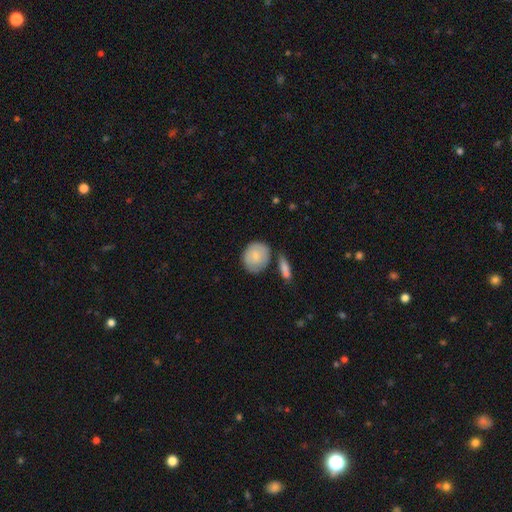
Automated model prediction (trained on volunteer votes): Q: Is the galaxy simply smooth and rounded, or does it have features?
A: smooth — 77%.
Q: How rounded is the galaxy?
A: round — 72%.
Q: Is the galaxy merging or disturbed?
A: none — 61%.